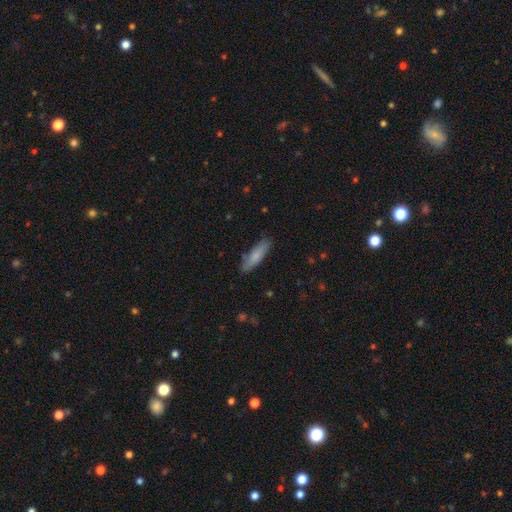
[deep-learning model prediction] Smooth or featured? Predicted: smooth (p=0.75). How rounded? Predicted: cigar-shaped (p=0.69). Merging? Predicted: none (p=0.84).